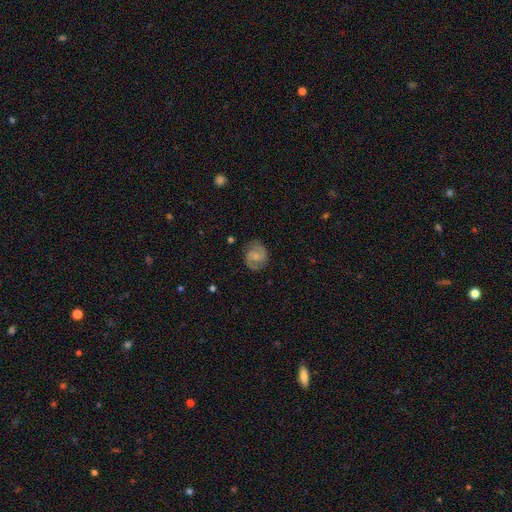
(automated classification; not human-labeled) Q: Smooth or featured?
A: featured or disk (72%); runner-up: smooth (21%)
Q: Edge-on disk?
A: no (98%); runner-up: yes (2%)
Q: Bar?
A: weak (50%); runner-up: no (39%)
Q: Spiral arms?
A: yes (94%); runner-up: no (6%)
Q: Spiral winding?
A: medium (55%); runner-up: tight (26%)
Q: Spiral arm count?
A: 2 (91%); runner-up: can't tell (5%)
Q: Bulge size?
A: small (47%); runner-up: moderate (26%)
Q: Merging?
A: none (82%); runner-up: minor disturbance (13%)